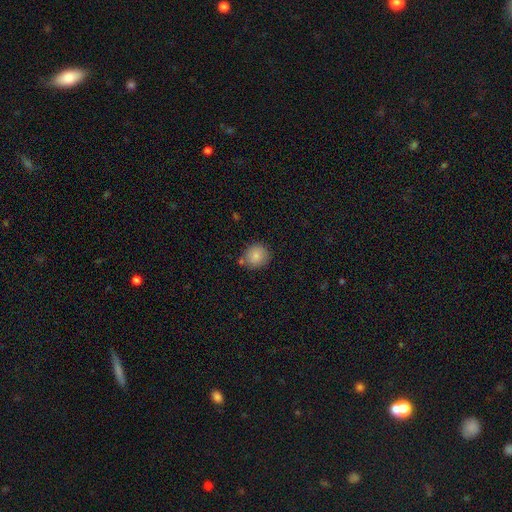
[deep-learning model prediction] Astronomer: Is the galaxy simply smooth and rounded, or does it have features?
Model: smooth — 85%.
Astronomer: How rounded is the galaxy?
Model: round — 85%.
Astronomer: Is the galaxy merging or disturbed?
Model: none — 76%.